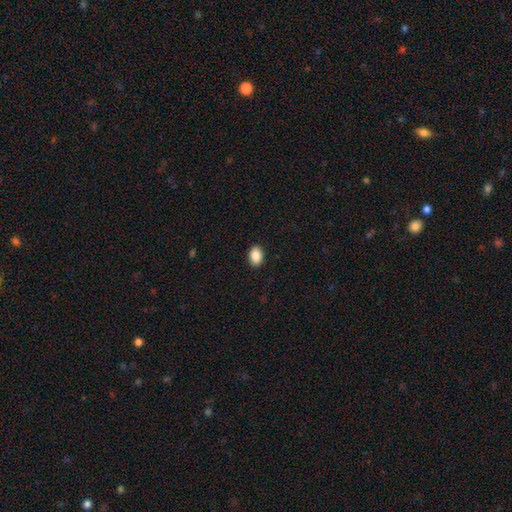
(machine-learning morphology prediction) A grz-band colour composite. It shows a smooth galaxy with no disk features (88%) that is in between round and cigar-shaped (79%). Merging: none (91%).